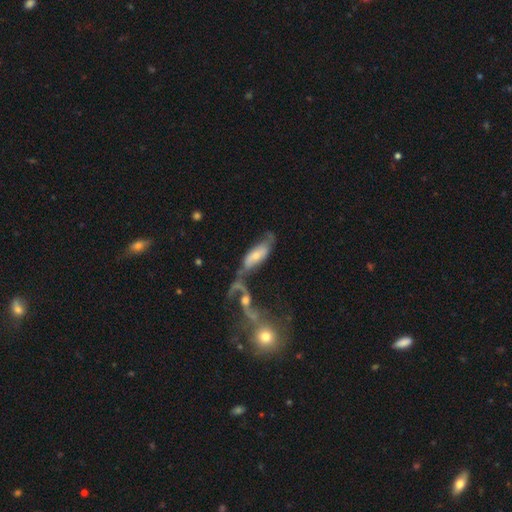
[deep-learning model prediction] A featured or disk galaxy (54%).

Vote fractions:
- Smooth or featured? featured or disk: 54% / smooth: 38% / star or artifact: 8%
- Edge-on disk? no: 79% / yes: 21%
- Merging? merger: 47% / none: 23% / major disturbance: 15% / minor disturbance: 14%